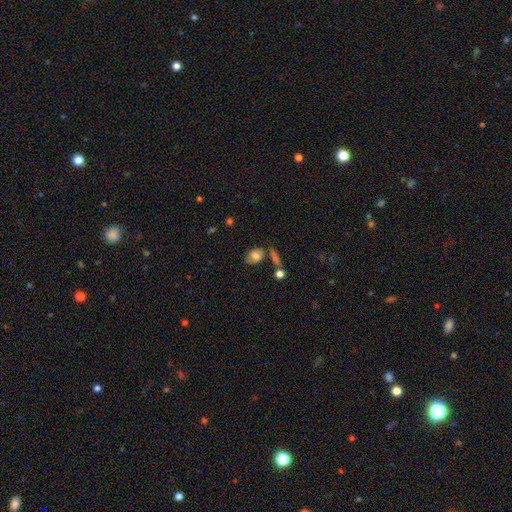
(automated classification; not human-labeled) A smooth galaxy with no disk features (71%) that is in between round and cigar-shaped (73%).

Vote fractions:
- Smooth or featured? smooth: 71% / featured or disk: 18% / star or artifact: 10%
- How rounded? in between: 73% / round: 25% / cigar-shaped: 2%
- Merging? none: 50% / minor disturbance: 23% / merger: 15% / major disturbance: 12%